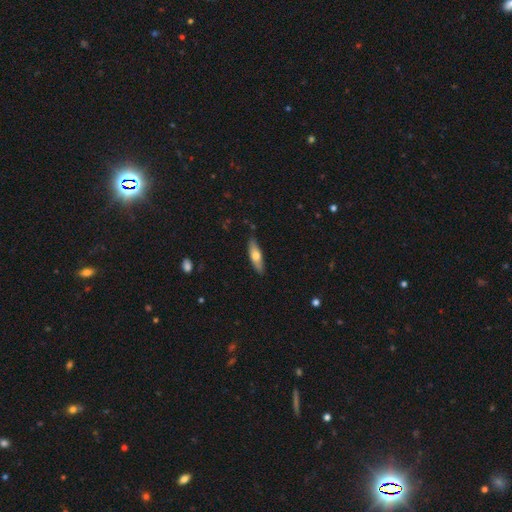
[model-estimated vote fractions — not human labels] This is likely a smooth galaxy (60%). How rounded: possibly cigar-shaped (57%). Merging: clearly none (85%).